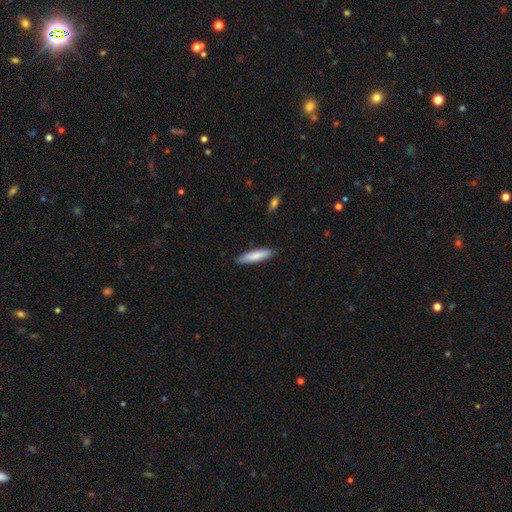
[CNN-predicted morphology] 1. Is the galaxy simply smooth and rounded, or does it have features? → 82% smooth, 13% featured or disk, 5% star or artifact.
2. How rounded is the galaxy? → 78% cigar-shaped, 21% in between, 1% round.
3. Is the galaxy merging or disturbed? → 86% none, 11% minor disturbance, 2% major disturbance, 1% merger.